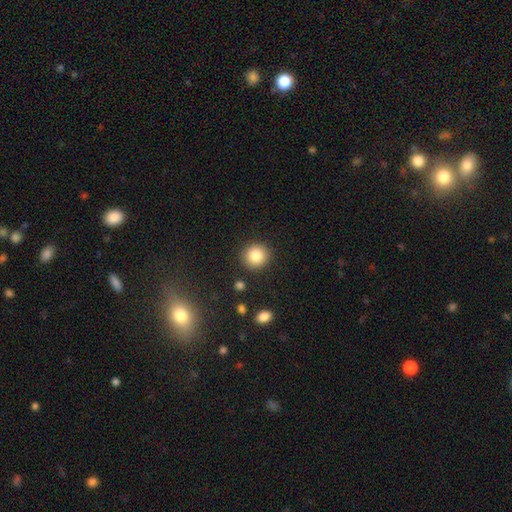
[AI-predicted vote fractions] Morphology: type=smooth (84%); roundness=round (90%); merging=none (90%).